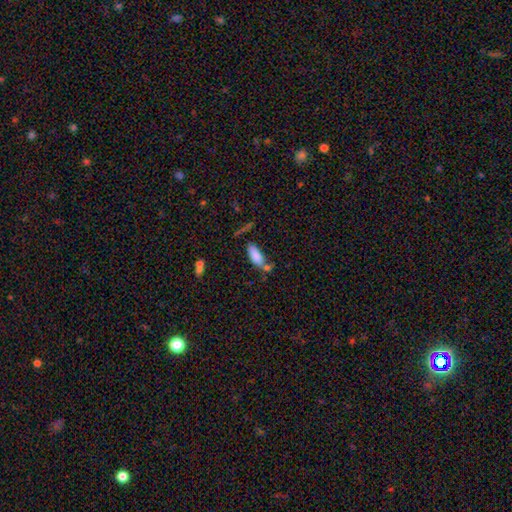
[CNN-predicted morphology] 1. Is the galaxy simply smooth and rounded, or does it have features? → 82% smooth, 10% featured or disk, 8% star or artifact.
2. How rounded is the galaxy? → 79% in between, 19% cigar-shaped, 2% round.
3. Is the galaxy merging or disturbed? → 51% none, 22% merger, 19% minor disturbance, 8% major disturbance.